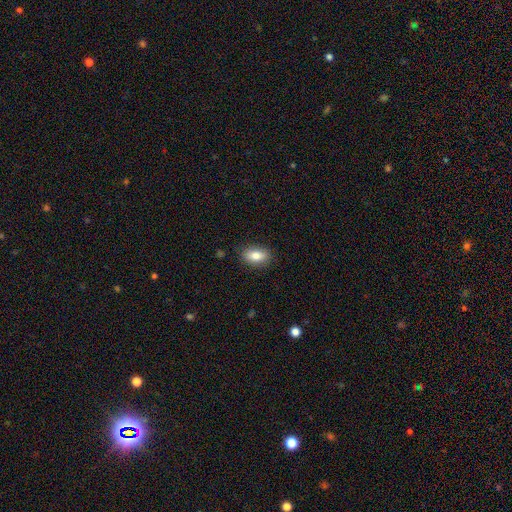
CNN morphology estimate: smooth 81%, featured or disk 11%, star or artifact 8%. Down the decision tree: how rounded — in between (88%); merging — none (87%).